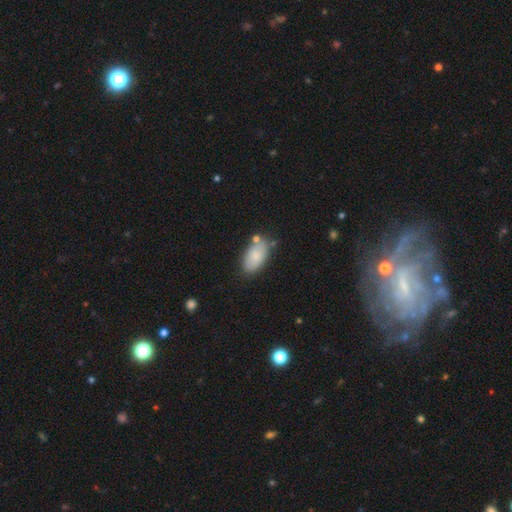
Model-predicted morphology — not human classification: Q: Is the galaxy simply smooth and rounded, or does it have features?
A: smooth — 80%.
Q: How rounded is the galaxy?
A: in between — 94%.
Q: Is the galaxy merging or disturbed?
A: none — 67%.